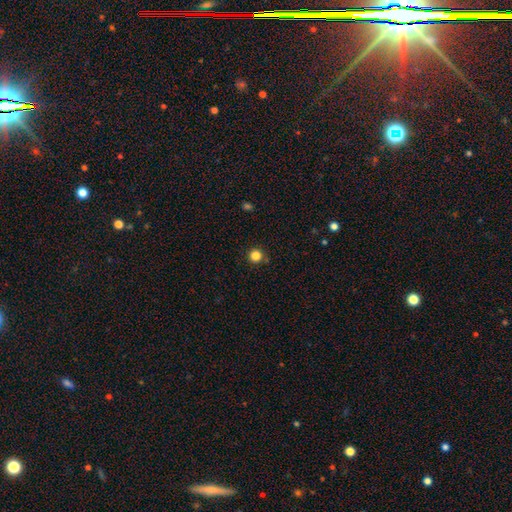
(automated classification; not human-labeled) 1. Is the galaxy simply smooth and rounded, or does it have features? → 83% smooth, 13% star or artifact, 4% featured or disk.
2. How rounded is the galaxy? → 96% round, 3% in between, 1% cigar-shaped.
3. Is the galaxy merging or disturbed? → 88% none, 8% minor disturbance, 2% major disturbance, 2% merger.